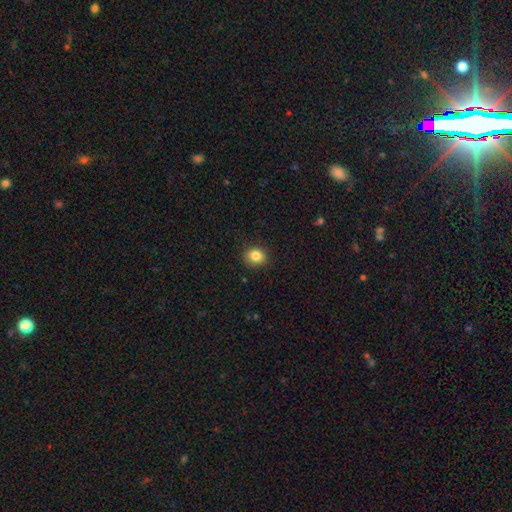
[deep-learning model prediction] Smooth or featured? Predicted: smooth (p=0.84). How rounded? Predicted: round (p=0.77). Merging? Predicted: none (p=0.88).